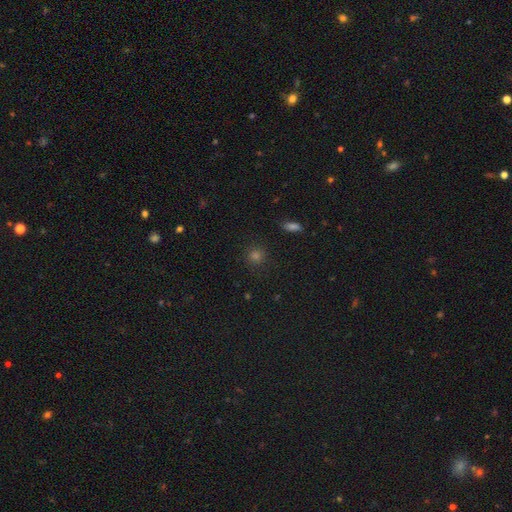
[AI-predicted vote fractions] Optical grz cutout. It shows a smooth galaxy with no disk features (70%) that is round (91%). Merging: none (89%).